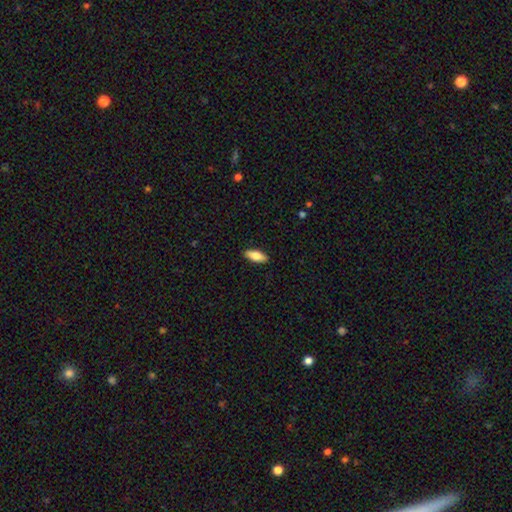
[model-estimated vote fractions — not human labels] The model was most divided on "how rounded": in between: 75%, cigar-shaped: 23%, round: 2%. More confident: merging — none (90%); smooth or featured — smooth (74%).